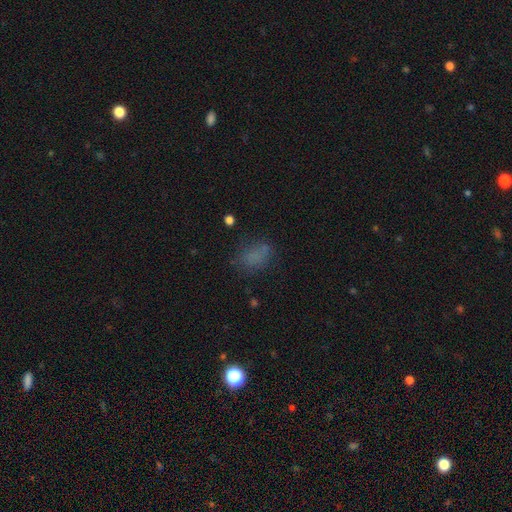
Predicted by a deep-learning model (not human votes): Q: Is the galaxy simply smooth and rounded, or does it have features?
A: smooth — 72%.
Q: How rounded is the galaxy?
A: in between — 78%.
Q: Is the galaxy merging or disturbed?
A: none — 64%.